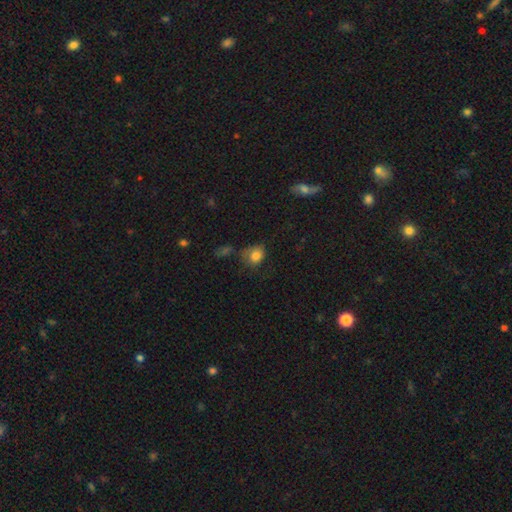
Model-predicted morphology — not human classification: smooth 81%, star or artifact 10%, featured or disk 9%. Down the decision tree: how rounded — round (59%); merging — none (48%).